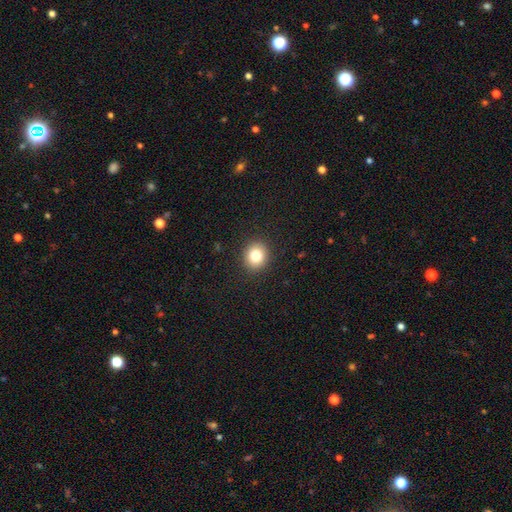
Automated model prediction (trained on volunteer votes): A smooth galaxy with no disk features (81%) that is round (78%). Merging: none (91%).